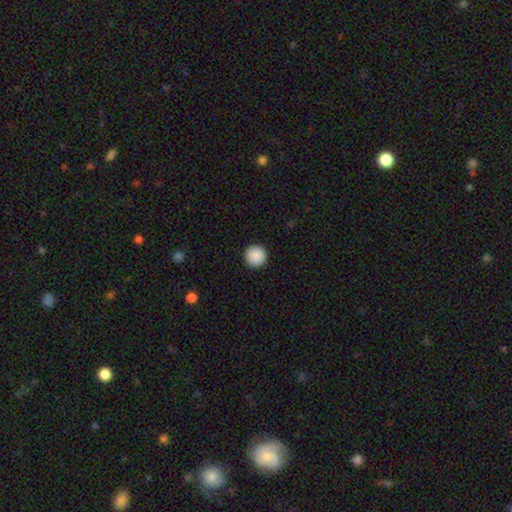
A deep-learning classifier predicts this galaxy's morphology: The model was most divided on "smooth or featured": smooth: 90%, star or artifact: 8%, featured or disk: 3%. More confident: how rounded — round (97%); merging — none (93%).